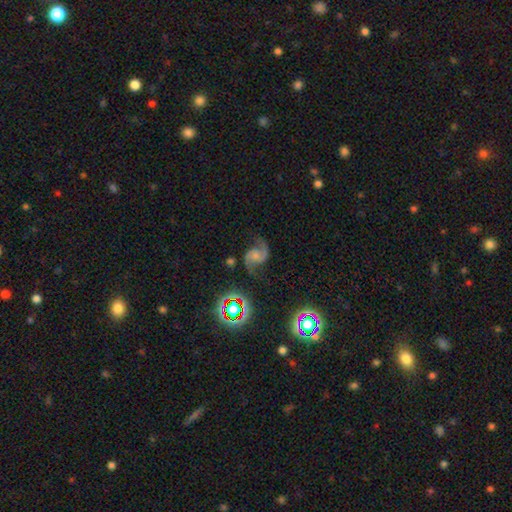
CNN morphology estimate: Overall: featured or disk (85%). Edge-on disk: no (98%). Bar: no (62%; weak 29%). Spiral arms: yes (97%). Spiral arm count: 2 (93%). Spiral winding: loose (51%; medium 41%). Bulge size: small (52%; moderate 26%). Merging: none (70%).